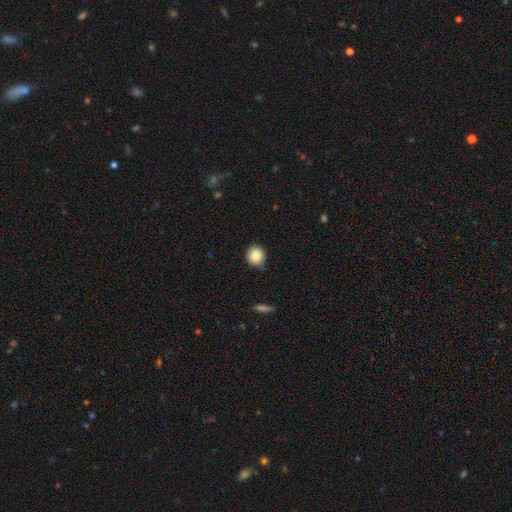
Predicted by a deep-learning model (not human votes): This is clearly a smooth galaxy (86%). How rounded: clearly round (81%). Merging: clearly none (80%).